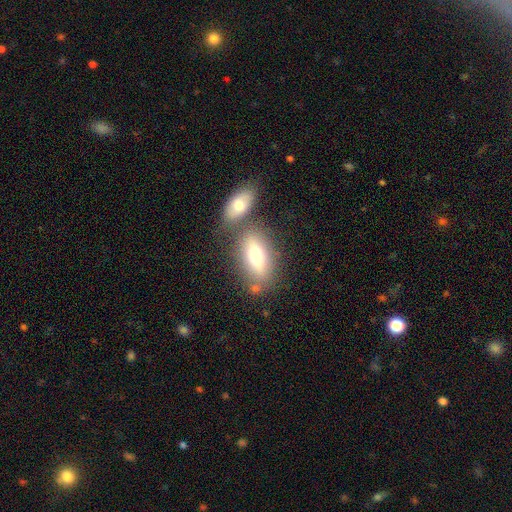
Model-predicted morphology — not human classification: A smooth galaxy with no disk features (65%) that is in between round and cigar-shaped (78%).

Vote fractions:
- Smooth or featured? smooth: 65% / featured or disk: 28% / star or artifact: 8%
- How rounded? in between: 78% / cigar-shaped: 17% / round: 5%
- Merging? none: 60% / merger: 23% / minor disturbance: 12% / major disturbance: 5%